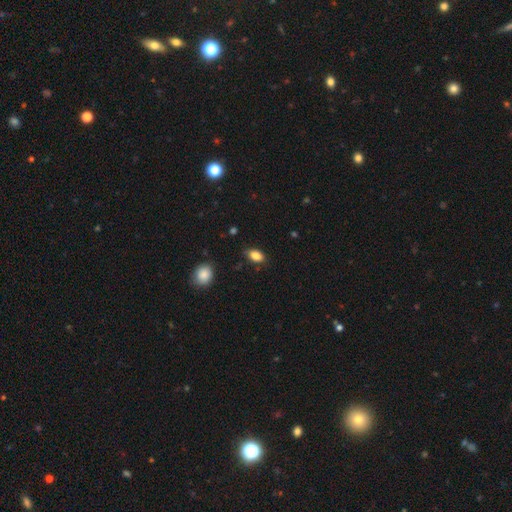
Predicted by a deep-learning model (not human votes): Overall: smooth (86%). How rounded: in between (88%). Merging: none (79%).